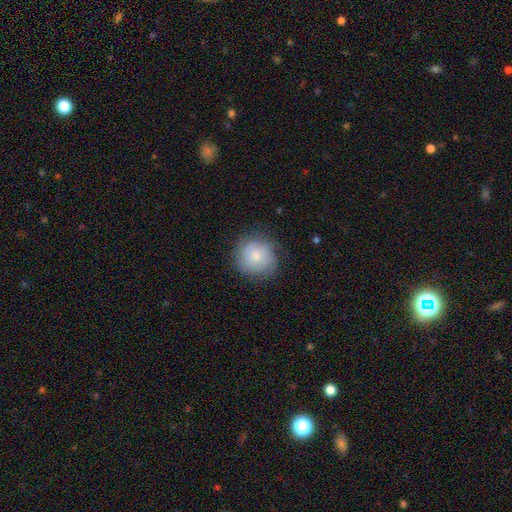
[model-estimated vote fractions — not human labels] Smooth or featured?
  - smooth: 66% *
  - featured or disk: 26%
  - star or artifact: 7%
How rounded?
  - round: 91% *
  - in between: 8%
  - cigar-shaped: 1%
Merging?
  - none: 79% *
  - minor disturbance: 15%
  - major disturbance: 5%
  - merger: 1%